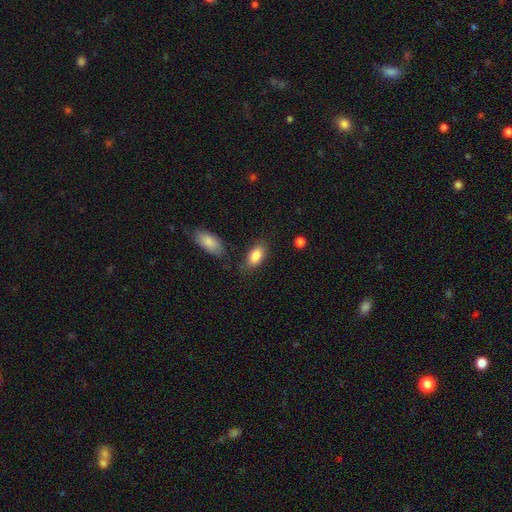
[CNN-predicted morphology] Smooth or featured? Predicted: smooth (p=0.86). How rounded? Predicted: in between (p=0.92). Merging? Predicted: none (p=0.76).